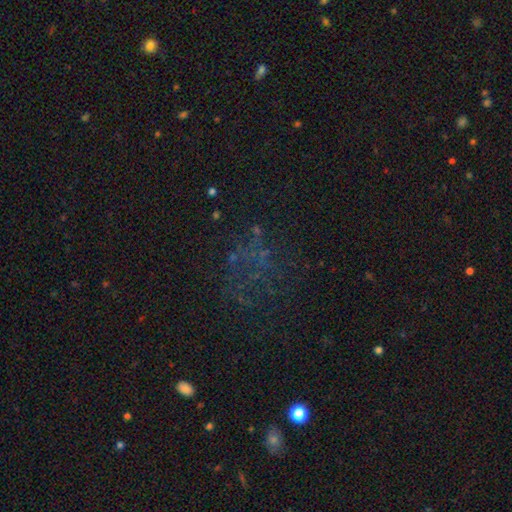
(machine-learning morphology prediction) smooth-or-featured: star or artifact: 47% | featured or disk: 26% | smooth: 26%